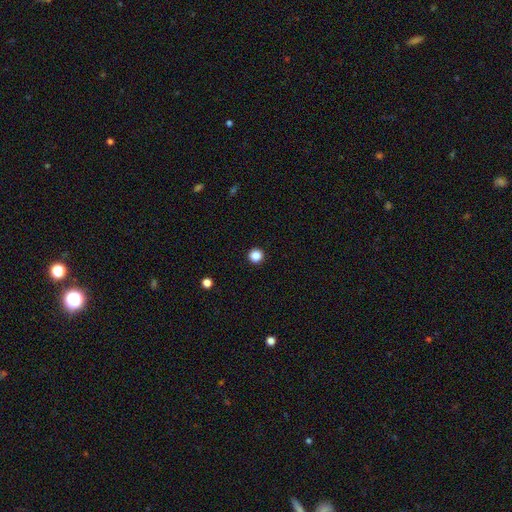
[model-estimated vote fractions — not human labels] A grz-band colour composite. It shows a smooth galaxy with no disk features (87%) that is round (96%). Merging: none (94%).